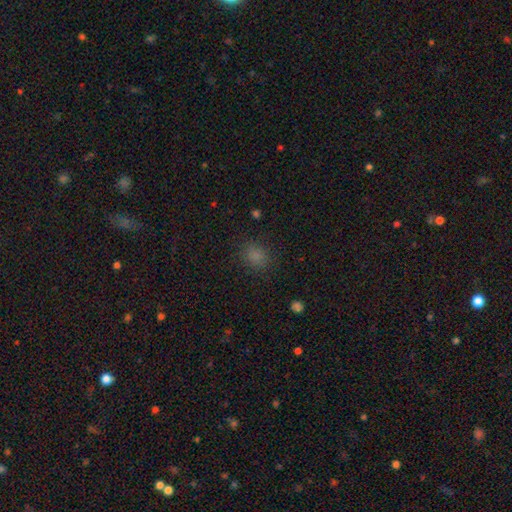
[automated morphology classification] smooth_or_featured: smooth (p=0.79) [alt: star or artifact p=0.16]
how_rounded: round (p=0.64) [alt: in between p=0.35]
merging: none (p=0.83) [alt: minor disturbance p=0.11]